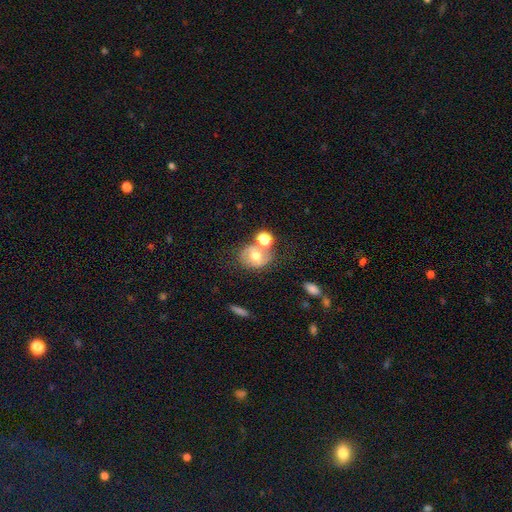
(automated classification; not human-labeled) Smooth or featured? Predicted: smooth (p=0.59). How rounded? Predicted: round (p=0.62). Merging? Predicted: none (p=0.47).